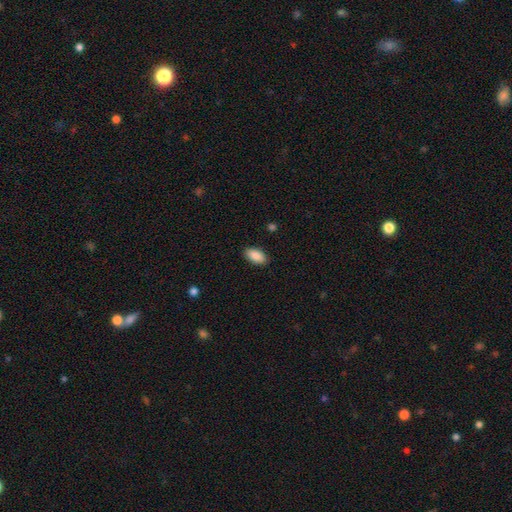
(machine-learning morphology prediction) A smooth galaxy with no disk features (89%) that is in between round and cigar-shaped (94%).

Vote fractions:
- Smooth or featured? smooth: 89% / star or artifact: 7% / featured or disk: 4%
- How rounded? in between: 94% / round: 3% / cigar-shaped: 3%
- Merging? none: 89% / minor disturbance: 8% / major disturbance: 2% / merger: 1%